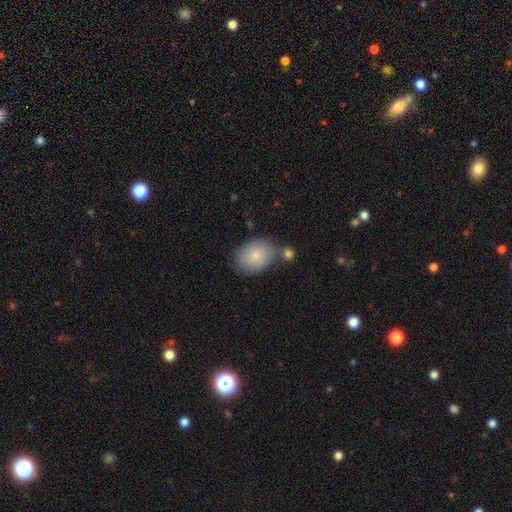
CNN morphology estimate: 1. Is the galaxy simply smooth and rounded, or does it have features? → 82% smooth, 12% featured or disk, 7% star or artifact.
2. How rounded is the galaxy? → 71% in between, 28% round, 1% cigar-shaped.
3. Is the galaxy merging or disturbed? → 63% none, 18% minor disturbance, 15% merger, 5% major disturbance.